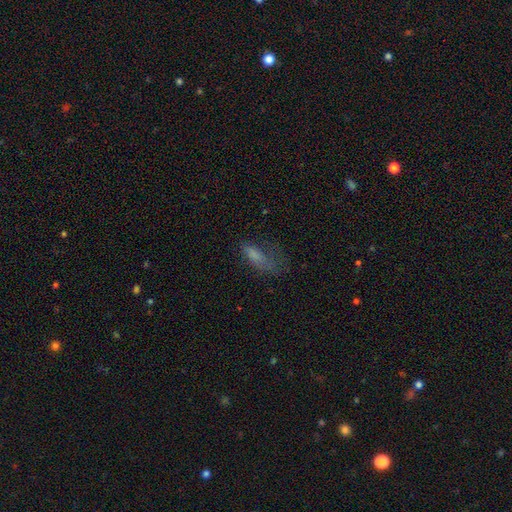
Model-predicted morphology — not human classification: Smooth or featured?
  - smooth: 67% *
  - featured or disk: 20%
  - star or artifact: 13%
How rounded?
  - in between: 65% *
  - cigar-shaped: 32%
  - round: 3%
Merging?
  - major disturbance: 36% *
  - none: 34%
  - minor disturbance: 27%
  - merger: 3%